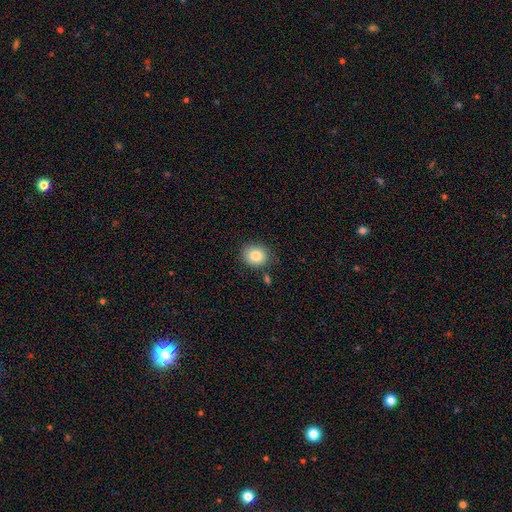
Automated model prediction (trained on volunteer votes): The model was most divided on "how rounded": round: 66%, in between: 33%, cigar-shaped: 1%. More confident: smooth or featured — smooth (84%); merging — none (79%).